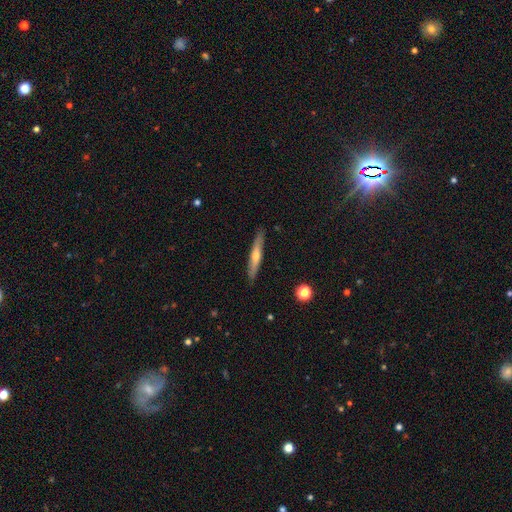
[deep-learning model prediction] A featured or disk galaxy (54%) viewed edge-on (92%). Merging: none (90%).